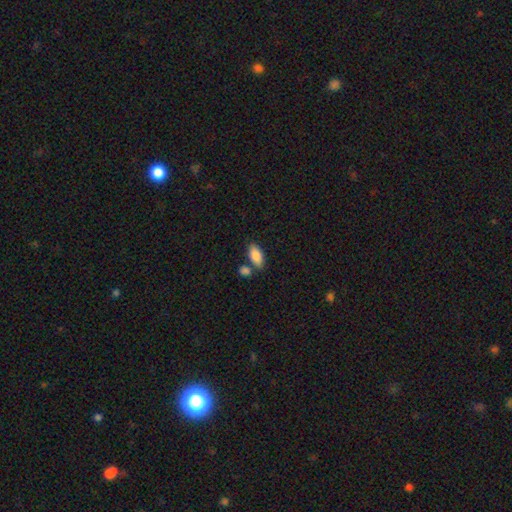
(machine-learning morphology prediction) smooth 86%, featured or disk 7%, star or artifact 6%. Down the decision tree: how rounded — in between (90%); merging — none (65%).